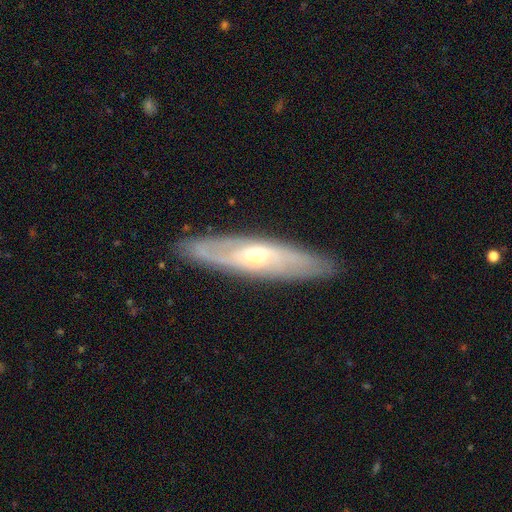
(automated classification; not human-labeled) A featured or disk galaxy (72%).

Vote fractions:
- Smooth or featured? featured or disk: 72% / smooth: 22% / star or artifact: 6%
- Edge-on disk? no: 61% / yes: 39%
- Merging? none: 87% / minor disturbance: 9% / major disturbance: 2% / merger: 1%